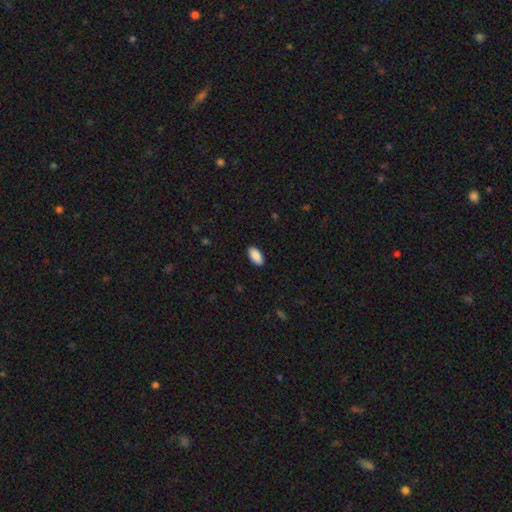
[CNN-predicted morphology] smooth 90%, star or artifact 6%, featured or disk 3%. Down the decision tree: how rounded — in between (93%); merging — none (90%).